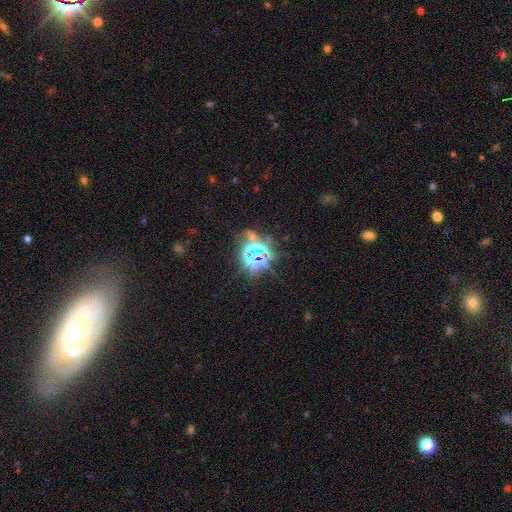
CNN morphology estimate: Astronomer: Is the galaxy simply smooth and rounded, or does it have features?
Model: star or artifact — 77%.